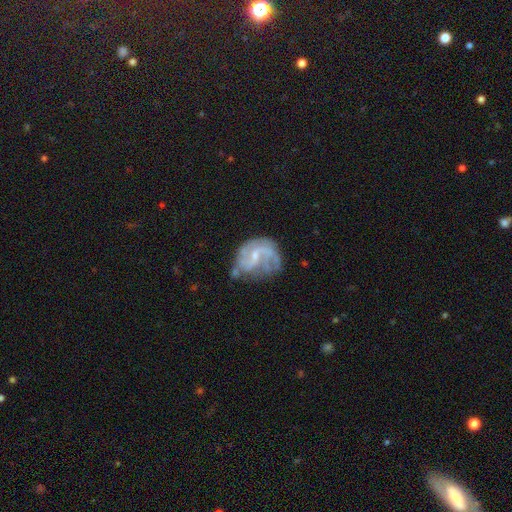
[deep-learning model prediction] A featured or disk galaxy (83%) with a weak bar (55%), 2 (49%) medium (47%) spiral arms (91%) and a small central bulge (65%).

Vote fractions:
- Smooth or featured? featured or disk: 83% / smooth: 11% / star or artifact: 6%
- Edge-on disk? no: 98% / yes: 2%
- Bar? weak: 55% / no: 31% / strong: 14%
- Spiral arms? yes: 91% / no: 9%
- Spiral winding? medium: 47% / loose: 31% / tight: 22%
- Spiral arm count? 2: 49% / 3: 18% / can't tell: 18% / 1: 7% / 4: 4% / more than 4: 4%
- Bulge size? small: 65% / moderate: 23% / none: 9% / large: 1% / dominant: 1%
- Merging? none: 43% / minor disturbance: 28% / major disturbance: 23% / merger: 6%